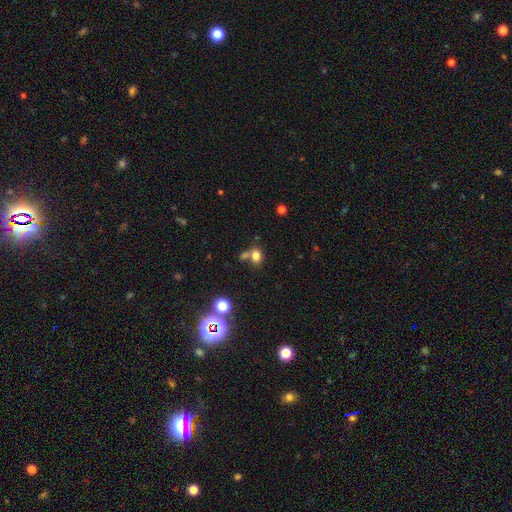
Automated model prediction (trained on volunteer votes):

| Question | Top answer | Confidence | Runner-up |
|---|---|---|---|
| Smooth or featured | smooth | 77% | star or artifact (14%) |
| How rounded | in between | 59% | round (40%) |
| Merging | none | 52% | merger (30%) |